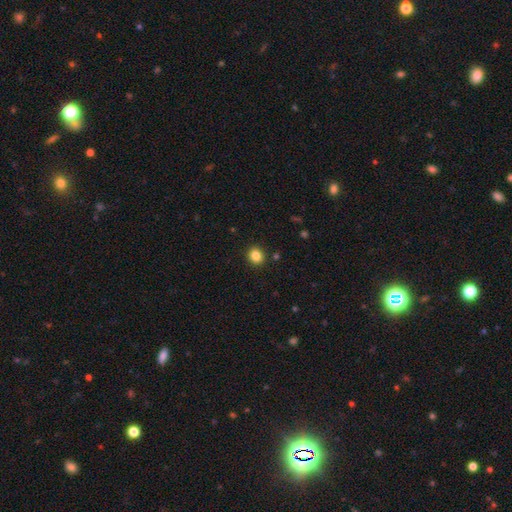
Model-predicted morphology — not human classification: The model was most divided on "how rounded": round: 80%, in between: 19%, cigar-shaped: 1%. More confident: merging — none (91%); smooth or featured — smooth (84%).